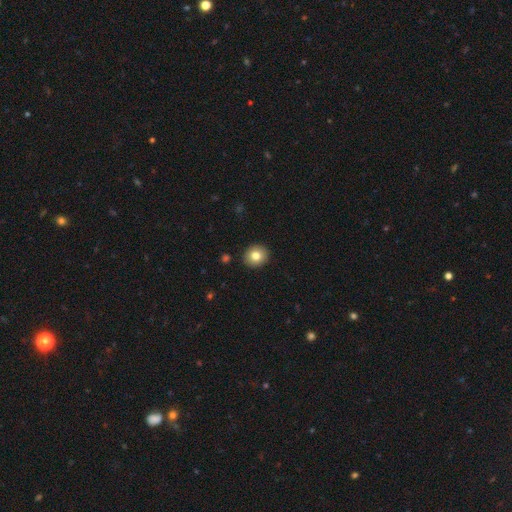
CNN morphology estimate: Overall: smooth (80%). How rounded: round (80%). Merging: none (91%).